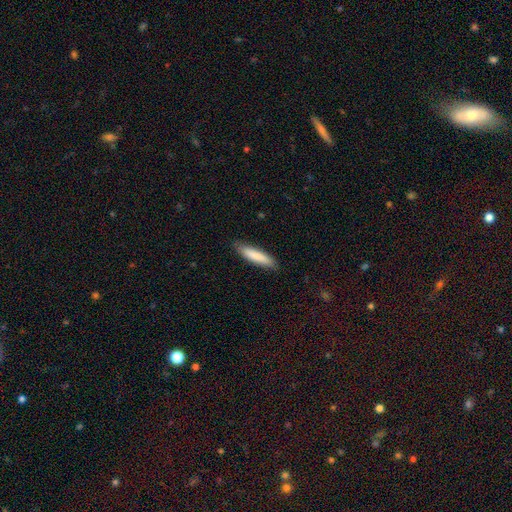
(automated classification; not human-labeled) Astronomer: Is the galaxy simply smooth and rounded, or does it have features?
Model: smooth — 84%.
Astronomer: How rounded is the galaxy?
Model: cigar-shaped — 81%.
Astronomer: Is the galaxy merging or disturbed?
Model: none — 85%.